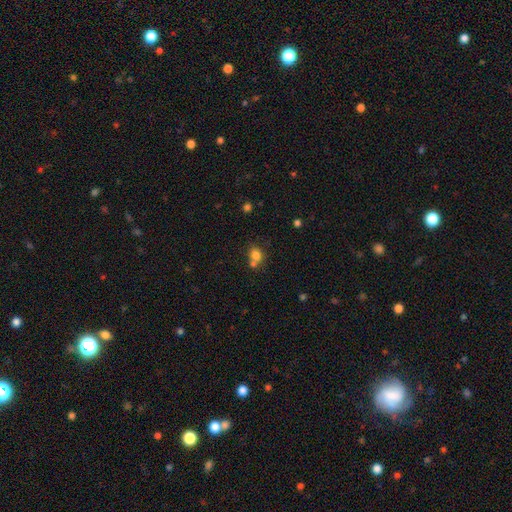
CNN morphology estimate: Q: Smooth or featured?
A: smooth (78%); runner-up: star or artifact (13%)
Q: How rounded?
A: round (67%); runner-up: in between (32%)
Q: Merging?
A: none (49%); runner-up: merger (36%)